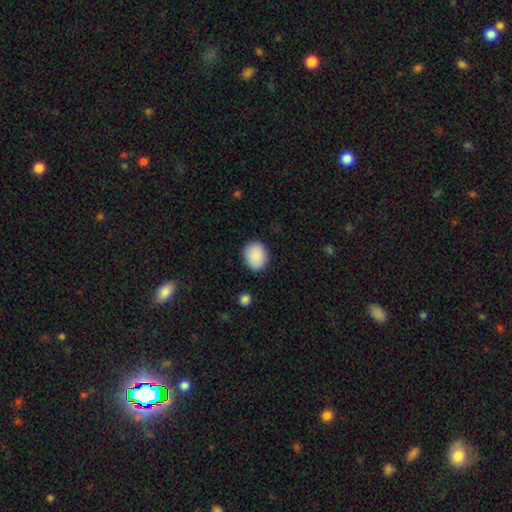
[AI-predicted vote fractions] This appears to be a smooth galaxy with no disk features (89%) that is round (59%). Merging: none (88%).